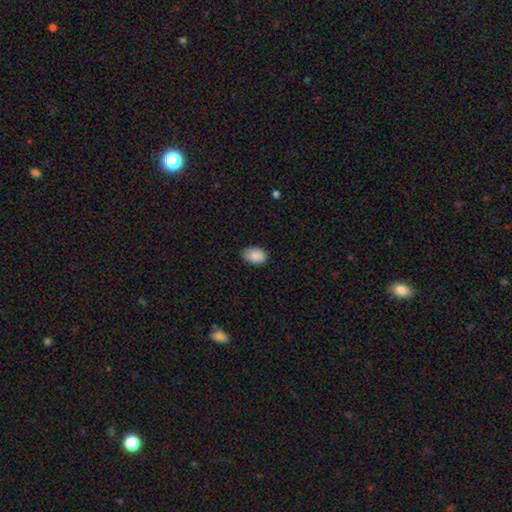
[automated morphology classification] type=smooth (89%); roundness=in between (88%); merging=none (78%).